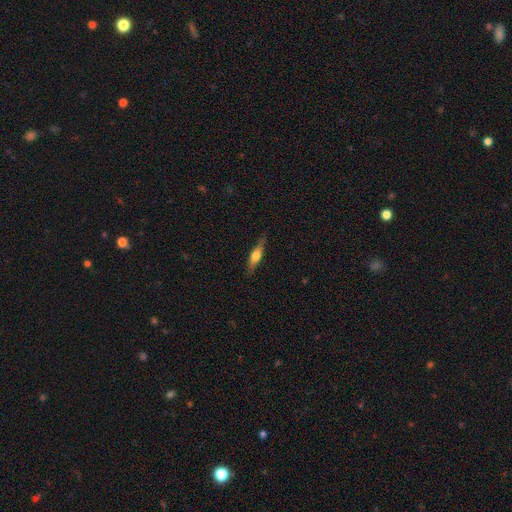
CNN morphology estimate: Overall: featured or disk (49%; smooth 45%). Merging: none (84%).